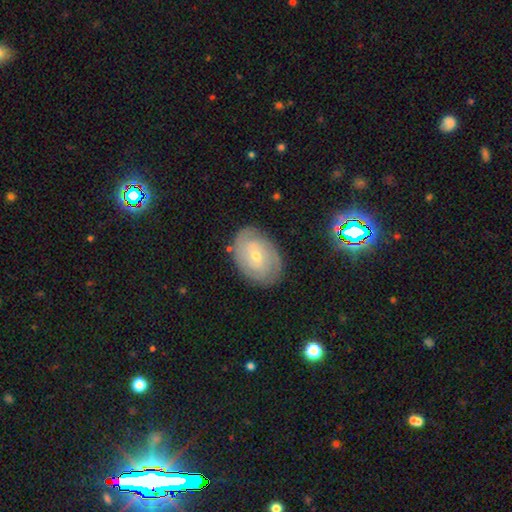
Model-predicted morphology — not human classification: featured or disk 75%, smooth 17%, star or artifact 8%. Down the decision tree: edge-on disk — no (96%); bar — no (59%); spiral arms — yes (91%); spiral arm count — can't tell (36%); spiral winding — tight (73%); bulge size — small (62%); merging — none (82%).